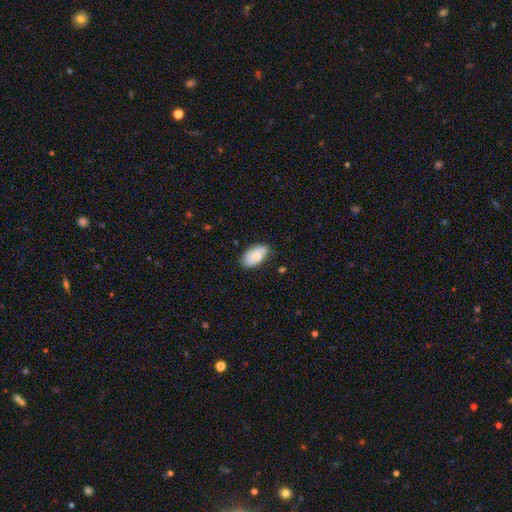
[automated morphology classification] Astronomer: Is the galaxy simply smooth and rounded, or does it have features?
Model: smooth — 62%.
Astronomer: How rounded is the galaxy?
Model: in between — 93%.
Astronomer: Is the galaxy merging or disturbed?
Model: none — 69%.